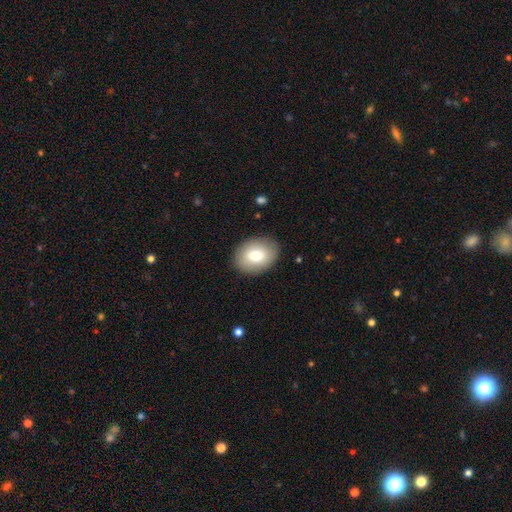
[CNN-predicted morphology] smooth-or-featured: smooth: 76% | featured or disk: 17% | star or artifact: 7%
  how-rounded: in between: 67% | round: 32% | cigar-shaped: 1%
  merging: none: 87% | minor disturbance: 9% | major disturbance: 3% | merger: 1%